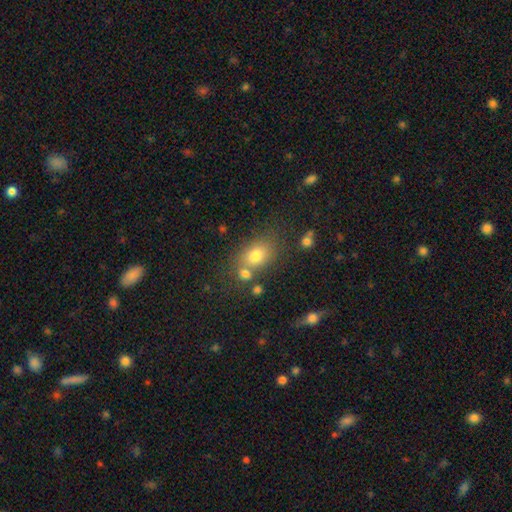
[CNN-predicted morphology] Smooth or featured: smooth — 74% (star or artifact — 13%)
How rounded: in between — 65% (round — 33%)
Merging: none — 61% (merger — 20%)